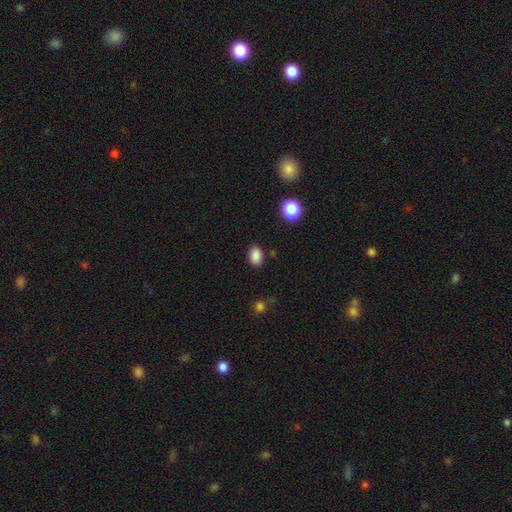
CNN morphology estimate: A smooth galaxy with no disk features (87%) that is in between round and cigar-shaped (78%).

Vote fractions:
- Smooth or featured? smooth: 87% / star or artifact: 9% / featured or disk: 3%
- How rounded? in between: 78% / round: 21% / cigar-shaped: 1%
- Merging? none: 85% / minor disturbance: 10% / major disturbance: 3% / merger: 2%